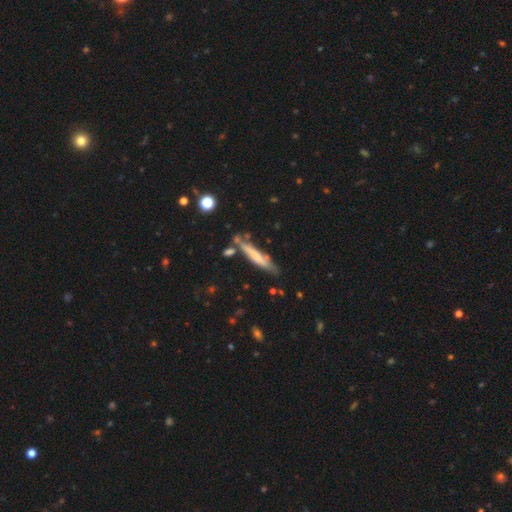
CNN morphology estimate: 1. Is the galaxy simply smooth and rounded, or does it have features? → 59% smooth, 35% featured or disk, 7% star or artifact.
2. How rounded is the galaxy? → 89% cigar-shaped, 9% in between, 1% round.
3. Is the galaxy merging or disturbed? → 65% none, 20% minor disturbance, 10% merger, 5% major disturbance.